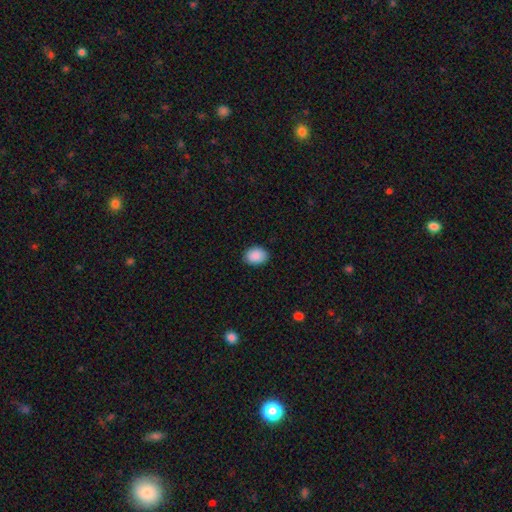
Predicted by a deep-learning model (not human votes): This is clearly a smooth galaxy (90%). How rounded: likely in between (70%). Merging: clearly none (88%).